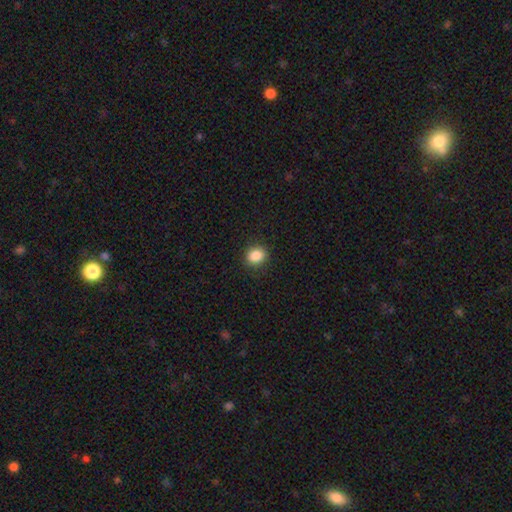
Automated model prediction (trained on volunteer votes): Overall: smooth (86%). How rounded: round (71%). Merging: none (90%).